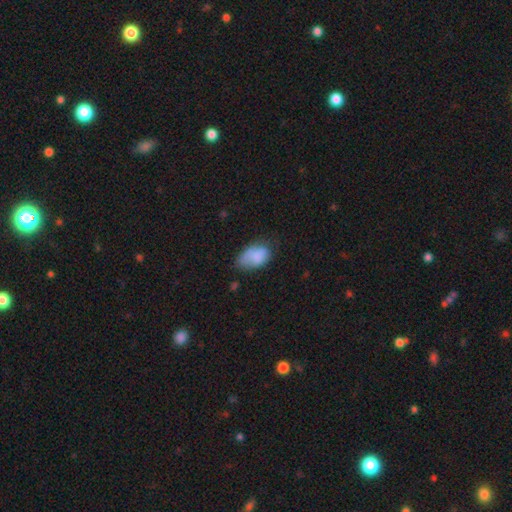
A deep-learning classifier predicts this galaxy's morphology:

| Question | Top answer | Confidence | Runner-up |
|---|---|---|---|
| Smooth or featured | smooth | 78% | featured or disk (14%) |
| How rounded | in between | 92% | round (7%) |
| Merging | none | 44% | minor disturbance (37%) |